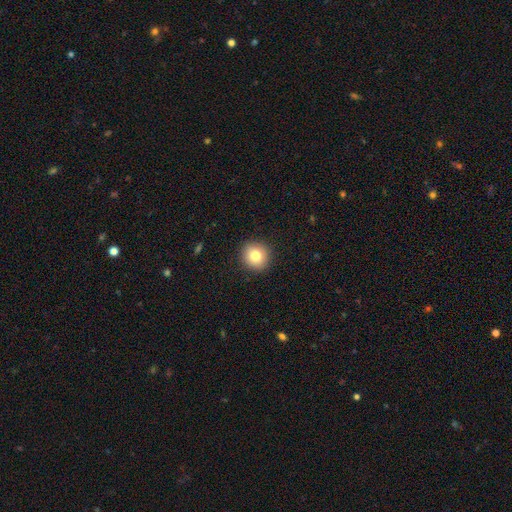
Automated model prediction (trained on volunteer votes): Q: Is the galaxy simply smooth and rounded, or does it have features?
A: smooth — 79%.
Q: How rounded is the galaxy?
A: round — 91%.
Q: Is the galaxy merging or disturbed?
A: none — 92%.